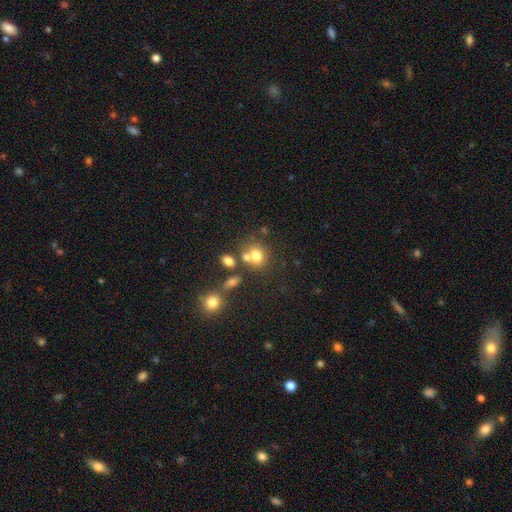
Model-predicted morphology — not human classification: This appears to be a smooth galaxy with no disk features (72%) that is round (64%). Merging: none (50%).